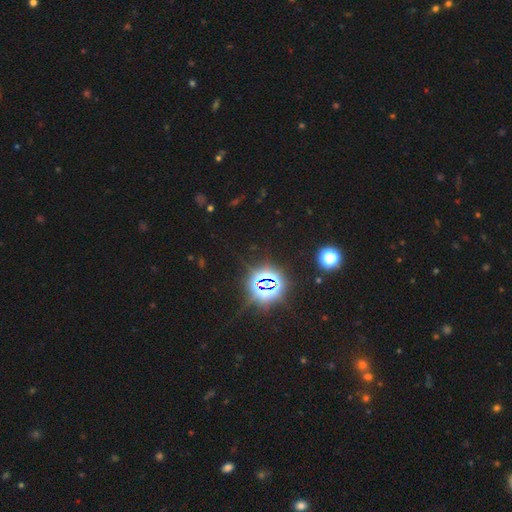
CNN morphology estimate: This appears to be a star or artifact, not a galaxy (81%).